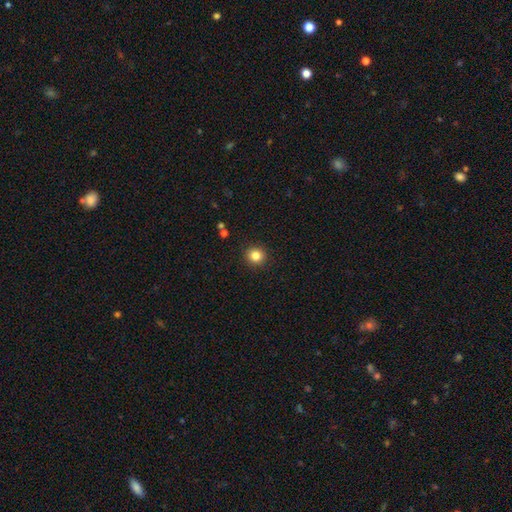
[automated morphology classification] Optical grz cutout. It shows a smooth galaxy with no disk features (83%) that is round (92%). Merging: none (92%).